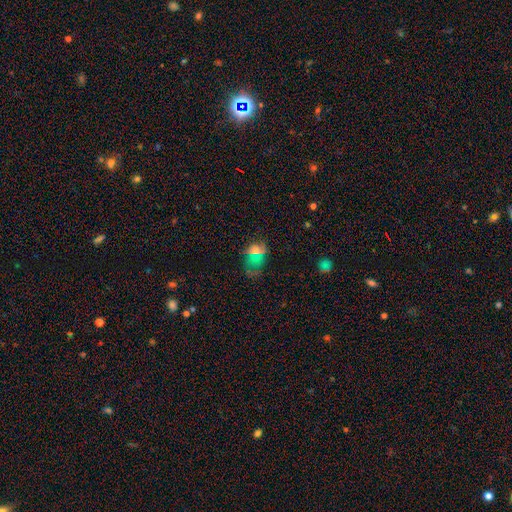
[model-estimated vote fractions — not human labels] Overall: smooth (47%; star or artifact 37%). Merging: none (55%; minor disturbance 22%).